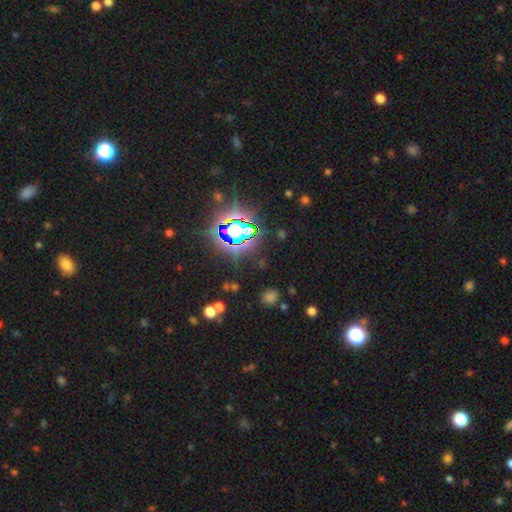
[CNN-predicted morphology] The model was most divided on "smooth or featured": star or artifact: 79%, smooth: 13%, featured or disk: 8%.